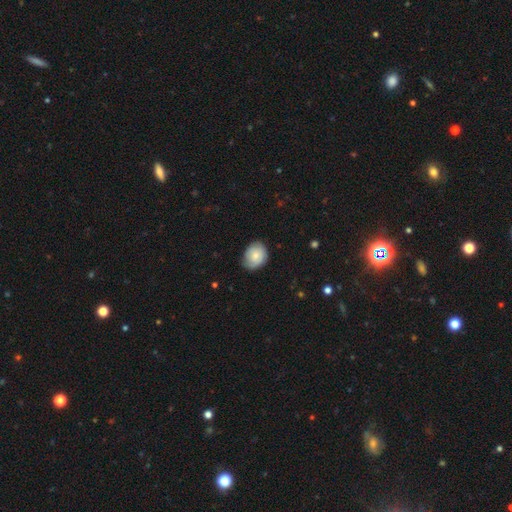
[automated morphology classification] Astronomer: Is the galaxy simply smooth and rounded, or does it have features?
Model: smooth — 71%.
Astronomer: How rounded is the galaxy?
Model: round — 50% (runner-up: in between, 49%).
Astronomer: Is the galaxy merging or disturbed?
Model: none — 71%.